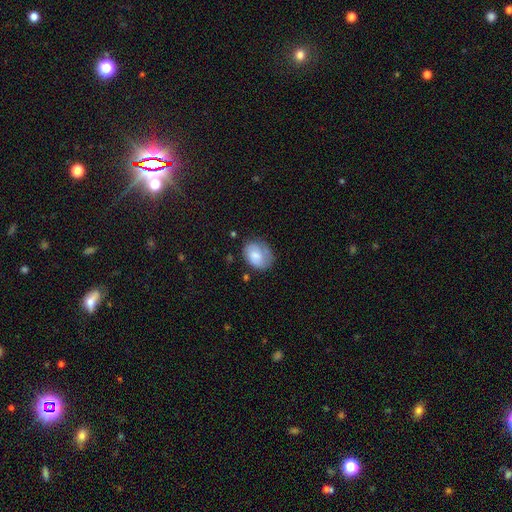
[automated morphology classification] type=smooth (60%); roundness=in between (65%); merging=none (60%).